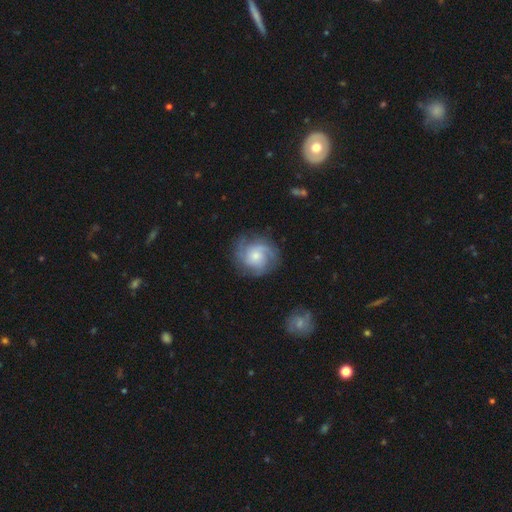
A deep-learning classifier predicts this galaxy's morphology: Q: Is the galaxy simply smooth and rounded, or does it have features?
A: featured or disk — 75%.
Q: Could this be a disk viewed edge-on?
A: no — 98%.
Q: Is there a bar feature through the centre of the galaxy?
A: no — 74%.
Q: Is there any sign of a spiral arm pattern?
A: yes — 94%.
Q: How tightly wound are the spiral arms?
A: tight — 45%.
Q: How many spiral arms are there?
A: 3 — 33%.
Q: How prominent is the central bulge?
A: small — 46%.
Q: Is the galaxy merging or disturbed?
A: none — 75%.